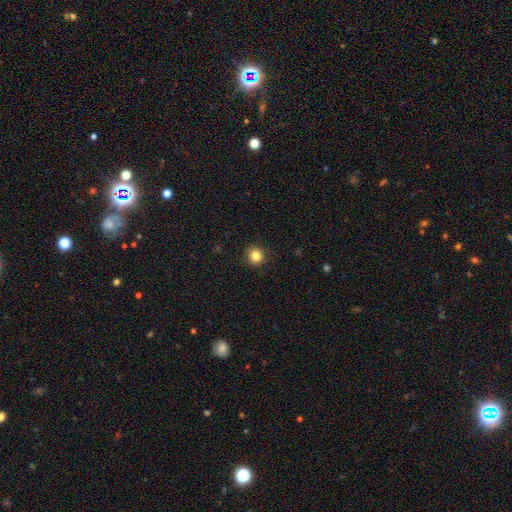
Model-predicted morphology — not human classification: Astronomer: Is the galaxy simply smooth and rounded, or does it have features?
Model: smooth — 84%.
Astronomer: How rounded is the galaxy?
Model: round — 91%.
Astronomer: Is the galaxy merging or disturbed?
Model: none — 92%.